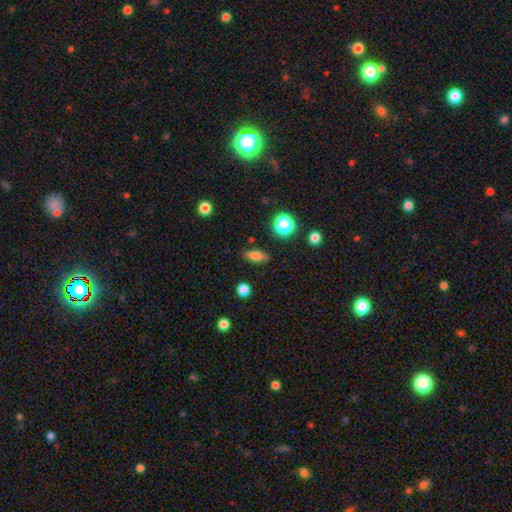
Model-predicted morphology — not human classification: This is likely a smooth galaxy (79%). How rounded: likely in between (73%). Merging: clearly none (85%).